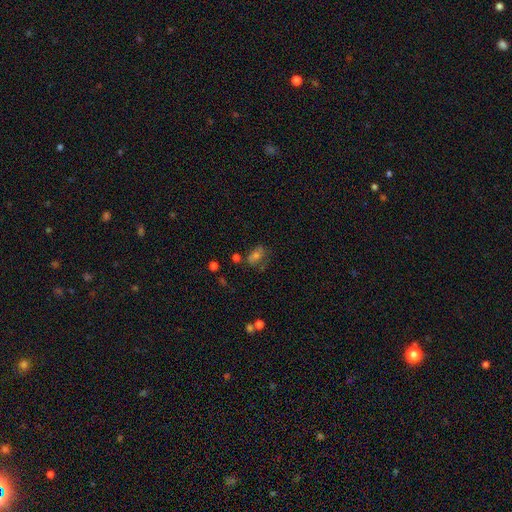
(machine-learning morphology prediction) Smooth or featured?
  - smooth: 51% *
  - featured or disk: 27%
  - star or artifact: 22%
How rounded?
  - in between: 72% *
  - round: 25%
  - cigar-shaped: 3%
Merging?
  - none: 55% *
  - minor disturbance: 23%
  - major disturbance: 13%
  - merger: 9%